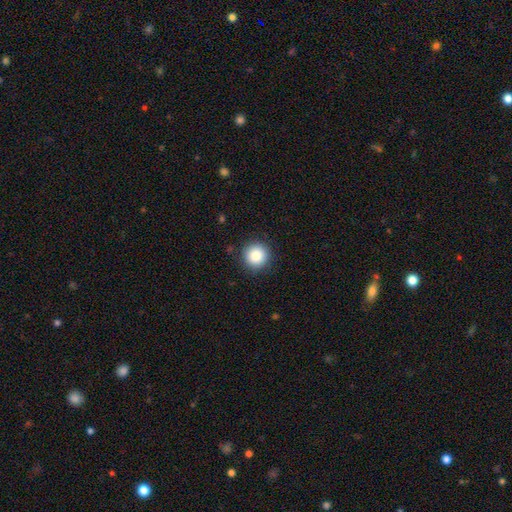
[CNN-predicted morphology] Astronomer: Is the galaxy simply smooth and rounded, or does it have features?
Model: smooth — 86%.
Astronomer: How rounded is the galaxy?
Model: round — 95%.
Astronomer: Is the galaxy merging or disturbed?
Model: none — 90%.